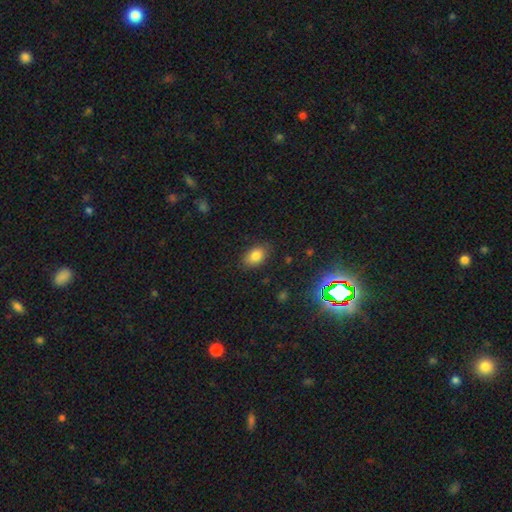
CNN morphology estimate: smooth-or-featured: smooth: 82% | star or artifact: 11% | featured or disk: 8%
  how-rounded: in between: 87% | round: 12% | cigar-shaped: 2%
  merging: none: 83% | minor disturbance: 13% | major disturbance: 3% | merger: 1%